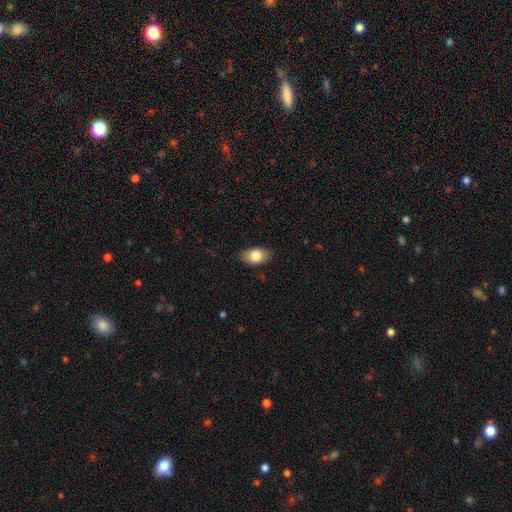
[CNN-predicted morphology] smooth-or-featured: smooth: 81% | featured or disk: 12% | star or artifact: 7%
  how-rounded: in between: 91% | round: 7% | cigar-shaped: 2%
  merging: none: 86% | minor disturbance: 11% | major disturbance: 2% | merger: 1%